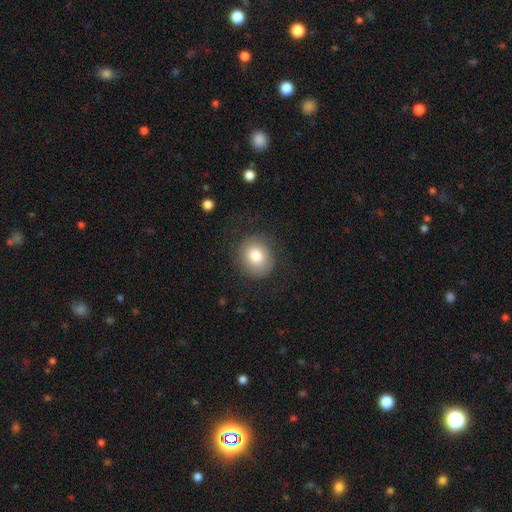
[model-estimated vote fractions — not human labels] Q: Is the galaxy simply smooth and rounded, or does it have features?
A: smooth — 79%.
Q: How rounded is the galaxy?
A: round — 78%.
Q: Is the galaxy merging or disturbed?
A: none — 80%.